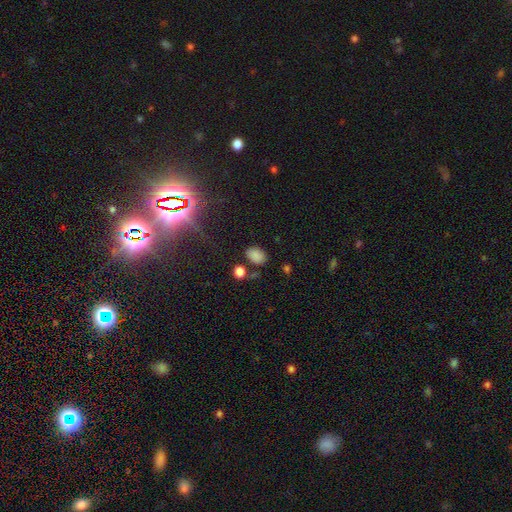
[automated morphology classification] smooth-or-featured: smooth: 80% | star or artifact: 15% | featured or disk: 5%
  how-rounded: in between: 84% | round: 15% | cigar-shaped: 1%
  merging: none: 75% | minor disturbance: 13% | merger: 7% | major disturbance: 4%